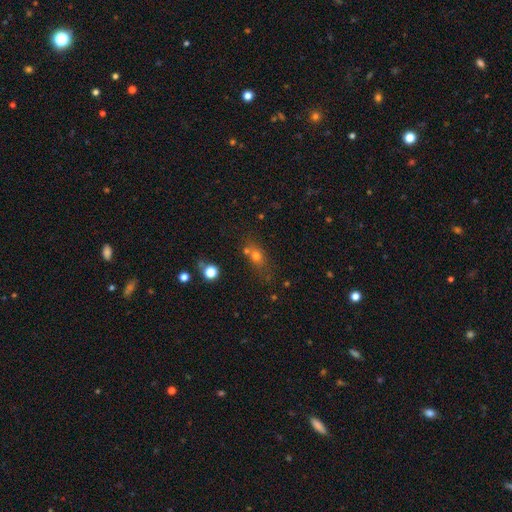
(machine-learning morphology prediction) Smooth or featured: smooth — 65% (star or artifact — 20%)
How rounded: in between — 49% (round — 43%)
Merging: none — 55% (merger — 24%)